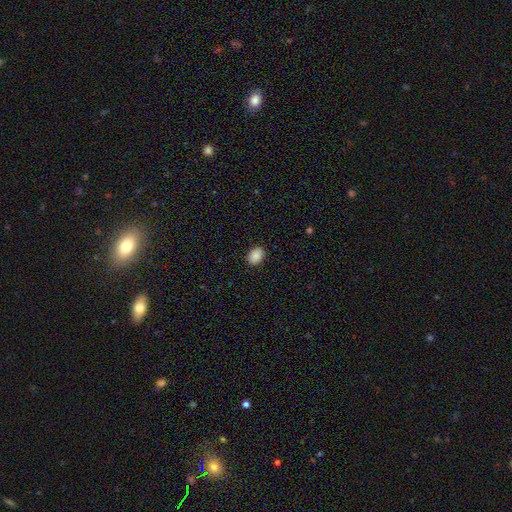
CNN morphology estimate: Overall: smooth (90%). How rounded: in between (81%). Merging: none (89%).